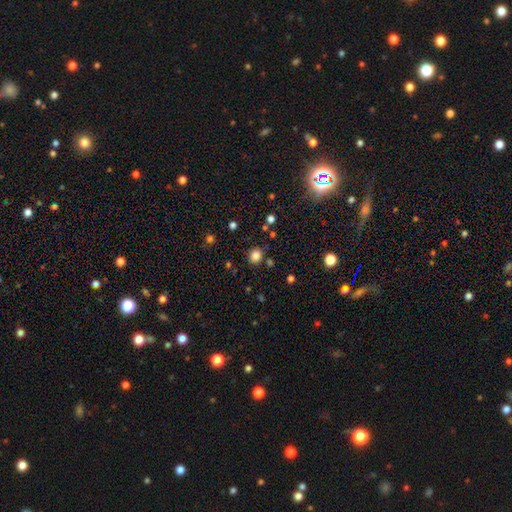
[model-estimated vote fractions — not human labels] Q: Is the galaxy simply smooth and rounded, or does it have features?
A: smooth — 83%.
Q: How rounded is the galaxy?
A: round — 72%.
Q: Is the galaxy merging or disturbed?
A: none — 84%.